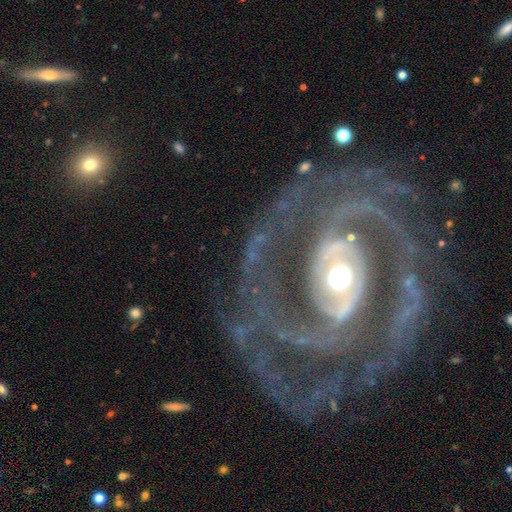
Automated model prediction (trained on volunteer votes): This appears to be a featured or disk galaxy (92%) with no bar (44%), 2 (50%) tight (58%) spiral arms (97%) and a moderate central bulge (65%). Merging: none (73%).